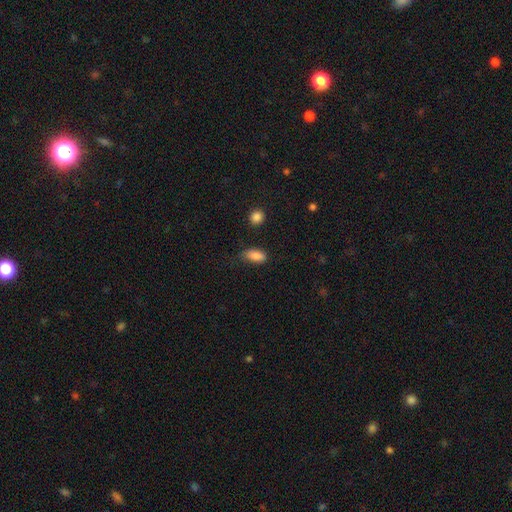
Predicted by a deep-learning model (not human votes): smooth_or_featured: smooth (p=0.86) [alt: star or artifact p=0.08]
how_rounded: in between (p=0.88) [alt: cigar-shaped p=0.08]
merging: none (p=0.64) [alt: minor disturbance p=0.26]